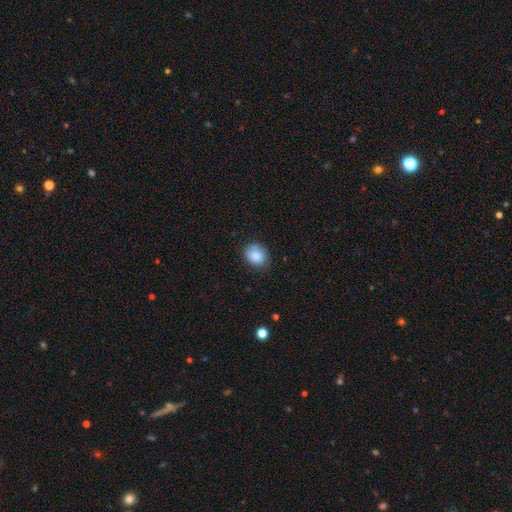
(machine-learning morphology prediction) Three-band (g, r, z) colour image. It shows a smooth galaxy with no disk features (85%) that is round (60%). Merging: none (72%).